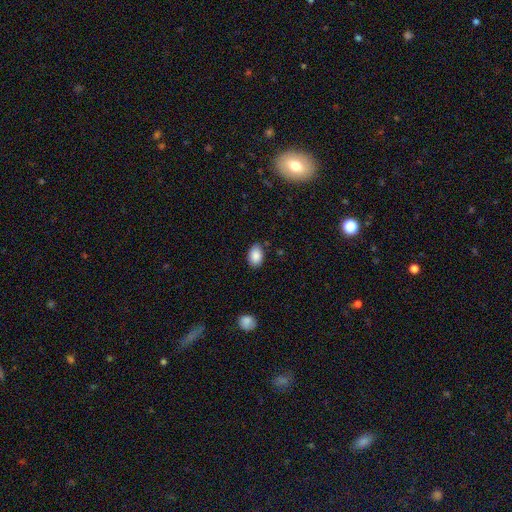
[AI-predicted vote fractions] smooth-or-featured: smooth: 88% | star or artifact: 7% | featured or disk: 5%
  how-rounded: in between: 86% | round: 13% | cigar-shaped: 1%
  merging: none: 82% | minor disturbance: 14% | major disturbance: 3% | merger: 2%